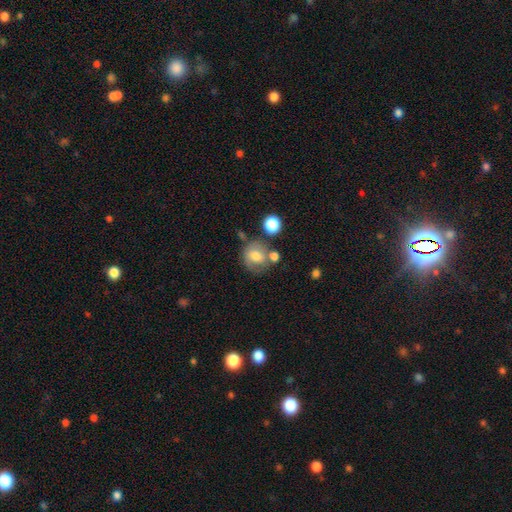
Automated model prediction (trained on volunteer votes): smooth_or_featured: smooth (p=0.64) [alt: featured or disk p=0.26]
how_rounded: round (p=0.76) [alt: in between p=0.23]
merging: none (p=0.52) [alt: minor disturbance p=0.20]